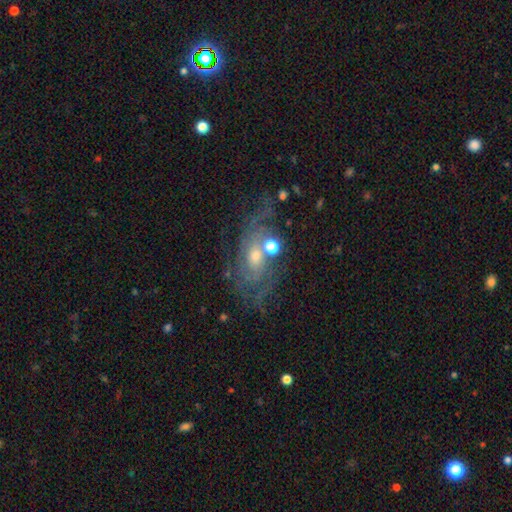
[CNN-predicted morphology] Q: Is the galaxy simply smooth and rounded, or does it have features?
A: featured or disk — 75%.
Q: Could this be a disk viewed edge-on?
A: no — 94%.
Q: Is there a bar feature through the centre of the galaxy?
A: no — 69%.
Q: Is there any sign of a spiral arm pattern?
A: yes — 88%.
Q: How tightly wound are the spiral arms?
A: tight — 50%.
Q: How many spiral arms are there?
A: can't tell — 41%.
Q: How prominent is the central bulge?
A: moderate — 55%.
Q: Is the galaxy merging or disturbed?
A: none — 56%.